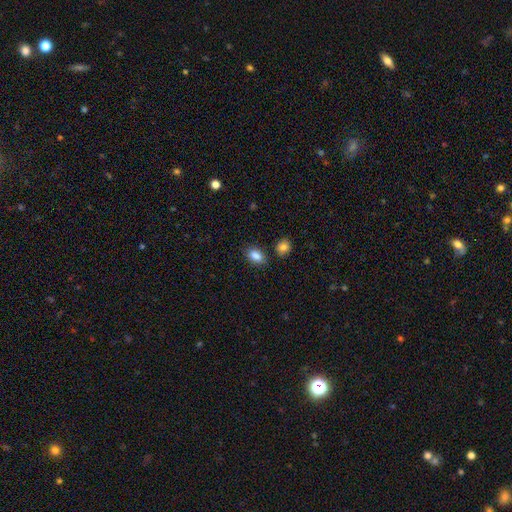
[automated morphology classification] smooth 86%, star or artifact 9%, featured or disk 5%. Down the decision tree: how rounded — in between (85%); merging — none (79%).